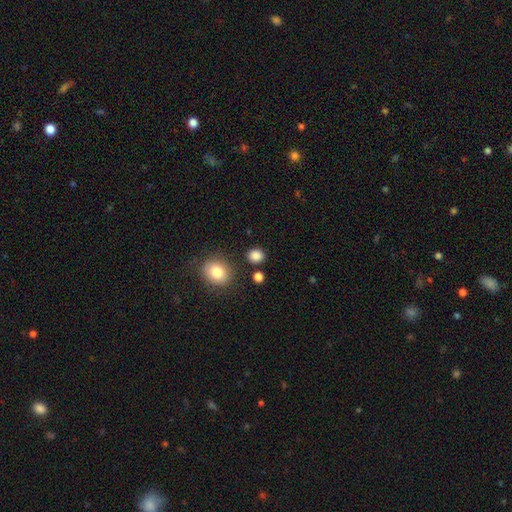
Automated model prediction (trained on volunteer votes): Smooth or featured?
  - smooth: 85% *
  - star or artifact: 11%
  - featured or disk: 4%
How rounded?
  - round: 75% *
  - in between: 24%
  - cigar-shaped: 1%
Merging?
  - none: 85% *
  - minor disturbance: 9%
  - merger: 4%
  - major disturbance: 3%